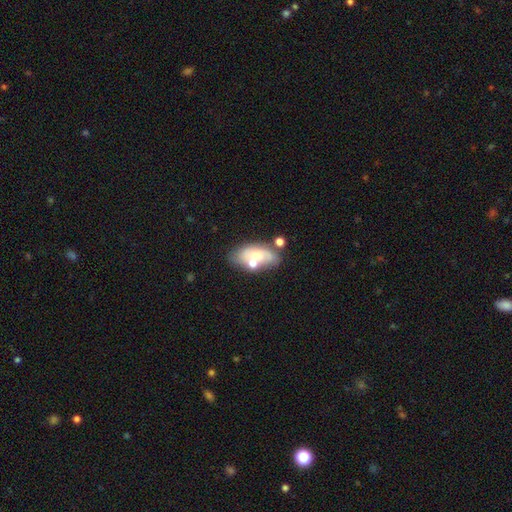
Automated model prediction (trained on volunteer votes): smooth 50%, featured or disk 41%, star or artifact 9%. Down the decision tree: how rounded — in between (89%); merging — none (41%).